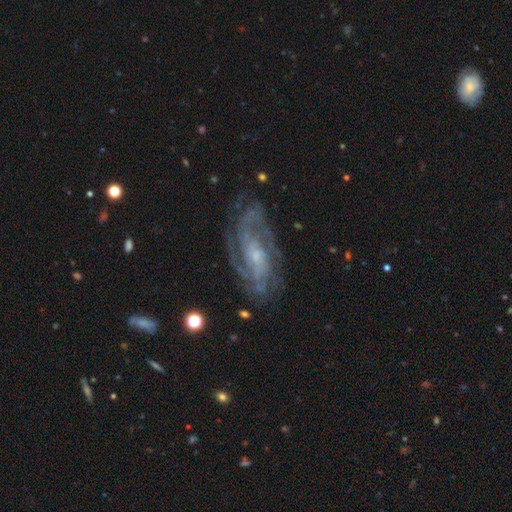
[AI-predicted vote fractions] Overall: featured or disk (89%). Edge-on disk: no (95%). Bar: no (52%; weak 36%). Spiral arms: yes (97%). Spiral arm count: 2 (46%; 3 20%). Spiral winding: tight (46%; medium 44%). Bulge size: small (66%). Merging: none (75%).